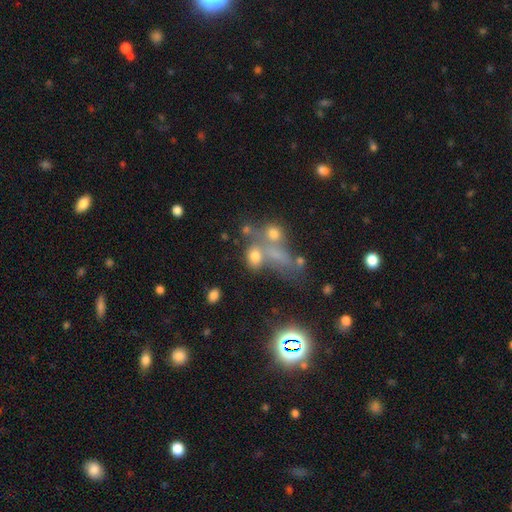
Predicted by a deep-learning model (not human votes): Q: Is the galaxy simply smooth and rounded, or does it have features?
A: smooth — 61%.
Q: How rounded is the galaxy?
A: in between — 56%.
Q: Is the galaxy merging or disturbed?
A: none — 41%.